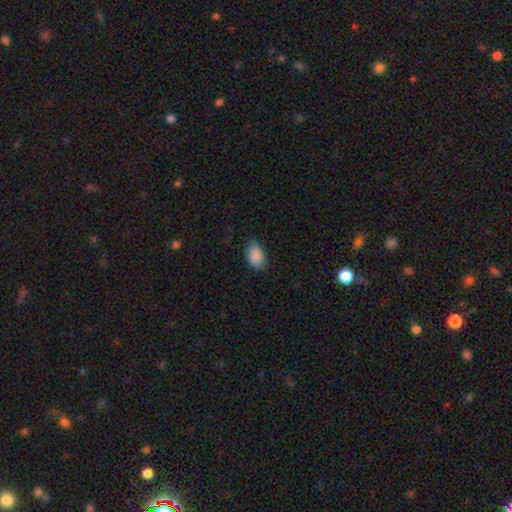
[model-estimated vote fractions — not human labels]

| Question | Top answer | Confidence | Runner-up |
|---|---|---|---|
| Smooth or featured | smooth | 88% | star or artifact (7%) |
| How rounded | in between | 90% | round (8%) |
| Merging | none | 71% | minor disturbance (23%) |